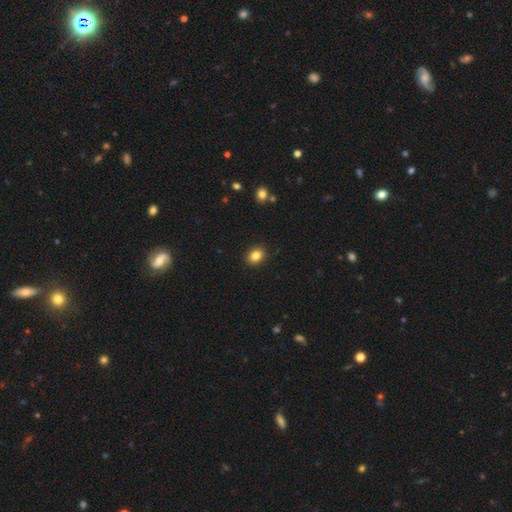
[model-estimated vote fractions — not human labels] smooth 84%, star or artifact 10%, featured or disk 6%. Down the decision tree: how rounded — in between (51%); merging — none (90%).